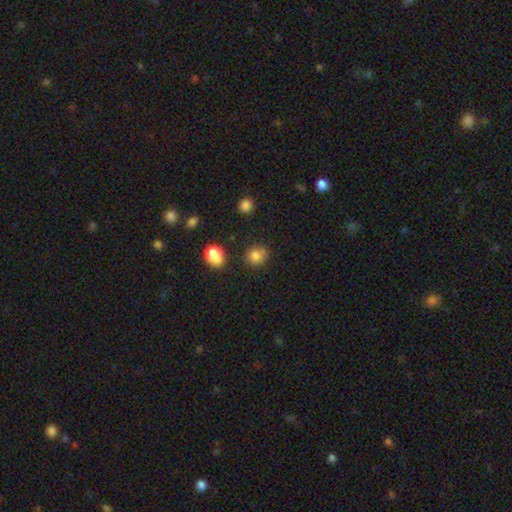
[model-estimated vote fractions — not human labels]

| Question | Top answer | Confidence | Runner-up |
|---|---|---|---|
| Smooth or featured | smooth | 81% | star or artifact (12%) |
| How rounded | round | 72% | in between (27%) |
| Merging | none | 71% | minor disturbance (19%) |